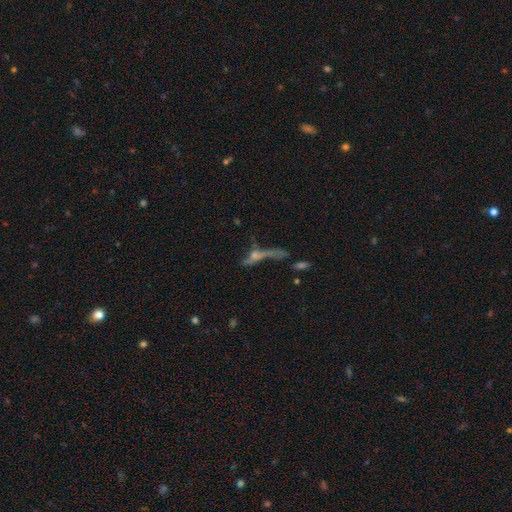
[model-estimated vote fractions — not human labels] Smooth or featured? Predicted: featured or disk (p=0.51). Edge-on disk? Predicted: yes (p=0.51). Merging? Predicted: none (p=0.31).